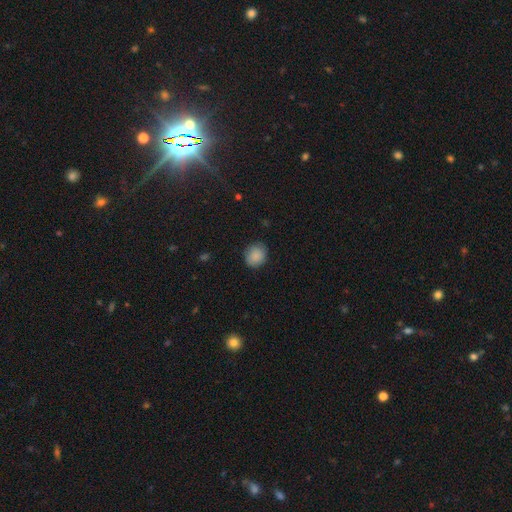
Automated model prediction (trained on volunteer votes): smooth-or-featured: smooth: 88% | star or artifact: 8% | featured or disk: 4%
  how-rounded: round: 77% | in between: 22% | cigar-shaped: 1%
  merging: none: 85% | minor disturbance: 11% | major disturbance: 3% | merger: 1%